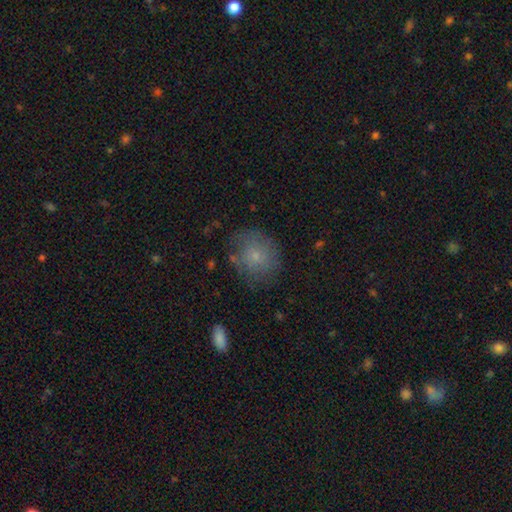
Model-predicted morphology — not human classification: Overall: smooth (72%). How rounded: round (75%). Merging: none (67%).